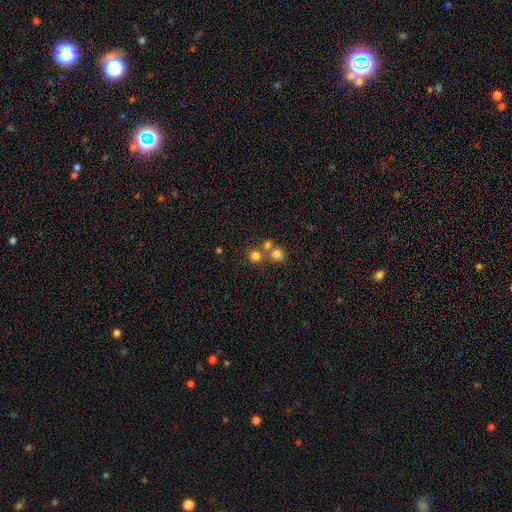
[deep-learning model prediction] Smooth or featured? smooth (75%)
How rounded? round (89%)
Merging? none (56%)